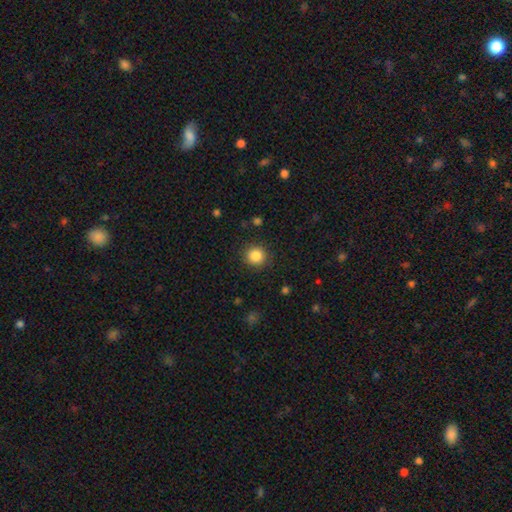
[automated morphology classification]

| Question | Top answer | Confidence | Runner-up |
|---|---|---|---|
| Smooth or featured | smooth | 85% | star or artifact (10%) |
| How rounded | round | 93% | in between (6%) |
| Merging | none | 90% | minor disturbance (7%) |